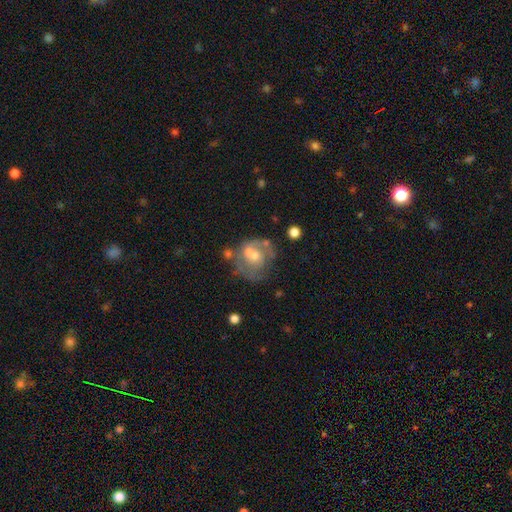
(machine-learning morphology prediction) Overall: featured or disk (58%; smooth 33%). Edge-on disk: no (98%). Bar: no (73%). Spiral arms: no (56%; yes 44%). Bulge size: moderate (49%; small 34%). Merging: none (37%; merger 26%).